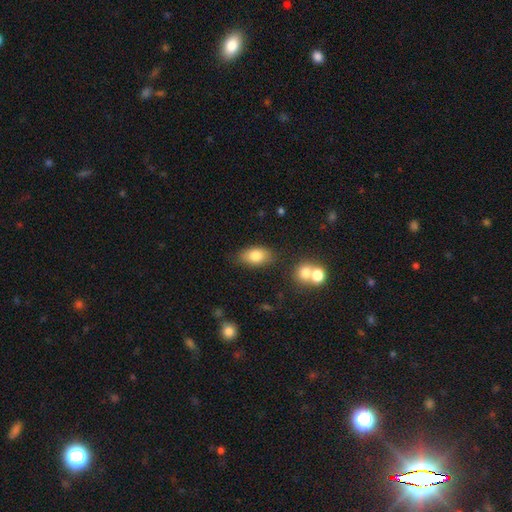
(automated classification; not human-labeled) A smooth galaxy with no disk features (81%) that is in between round and cigar-shaped (89%).

Vote fractions:
- Smooth or featured? smooth: 81% / featured or disk: 11% / star or artifact: 8%
- How rounded? in between: 89% / round: 7% / cigar-shaped: 4%
- Merging? none: 77% / minor disturbance: 15% / merger: 5% / major disturbance: 4%